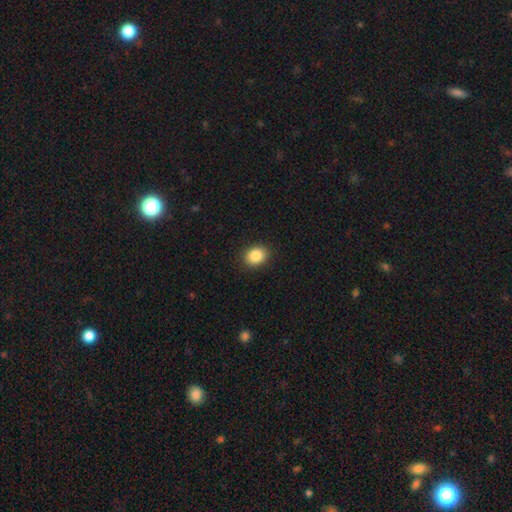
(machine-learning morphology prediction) The model was most divided on "how rounded": round: 51%, in between: 48%, cigar-shaped: 1%. More confident: merging — none (90%); smooth or featured — smooth (86%).